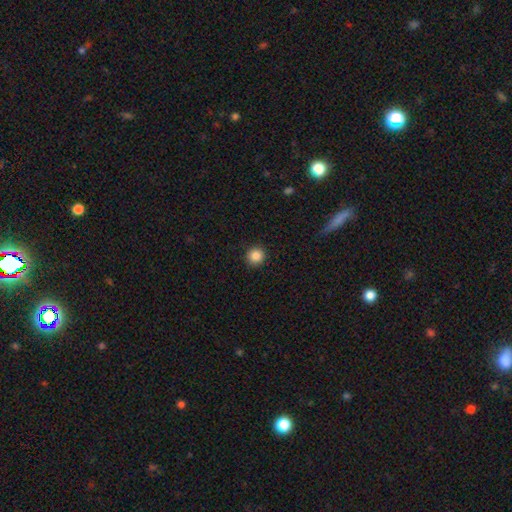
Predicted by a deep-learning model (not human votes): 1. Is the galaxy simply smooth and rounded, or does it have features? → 86% smooth, 10% star or artifact, 3% featured or disk.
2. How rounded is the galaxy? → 94% round, 5% in between, 1% cigar-shaped.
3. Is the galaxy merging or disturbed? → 92% none, 5% minor disturbance, 2% major disturbance, 1% merger.